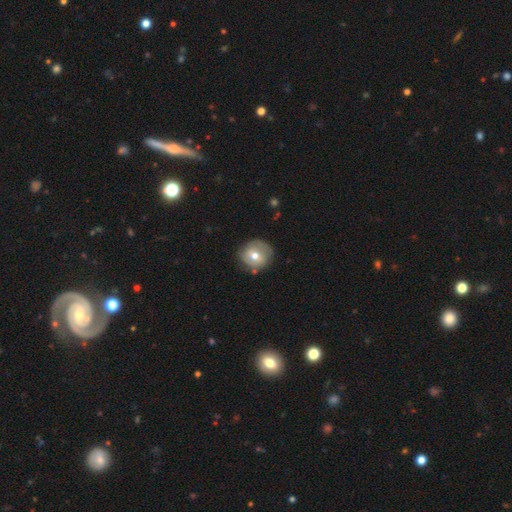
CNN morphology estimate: The model was most divided on "smooth or featured": smooth: 53%, featured or disk: 38%, star or artifact: 9%. More confident: how rounded — round (84%); merging — none (77%).